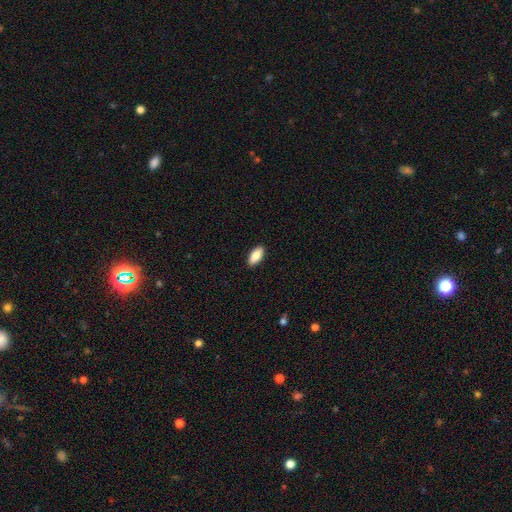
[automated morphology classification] Q: Smooth or featured?
A: smooth (85%); runner-up: featured or disk (9%)
Q: How rounded?
A: in between (87%); runner-up: cigar-shaped (10%)
Q: Merging?
A: none (91%); runner-up: minor disturbance (7%)